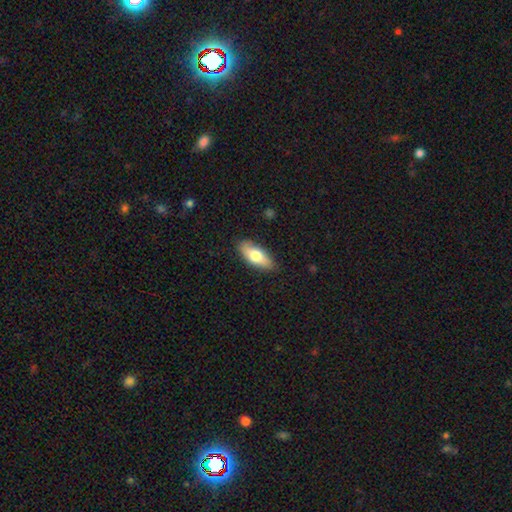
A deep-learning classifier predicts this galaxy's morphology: Overall: smooth (73%). How rounded: in between (77%). Merging: none (85%).